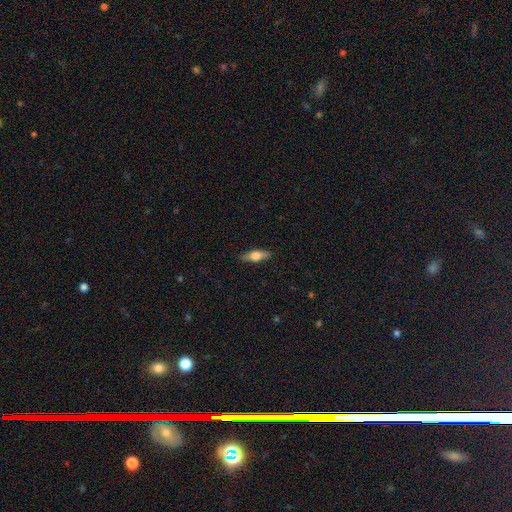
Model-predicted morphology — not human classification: This appears to be a smooth galaxy with no disk features (58%) that is in between round and cigar-shaped (60%). Merging: none (88%).